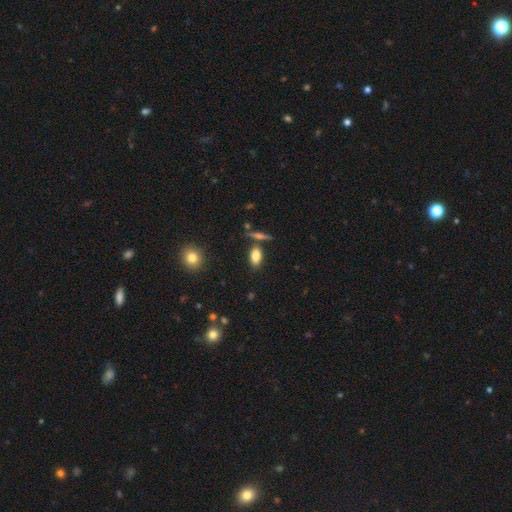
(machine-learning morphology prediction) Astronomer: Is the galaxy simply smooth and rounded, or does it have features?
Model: smooth — 79%.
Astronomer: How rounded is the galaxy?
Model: in between — 86%.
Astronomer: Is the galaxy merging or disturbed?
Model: none — 73%.